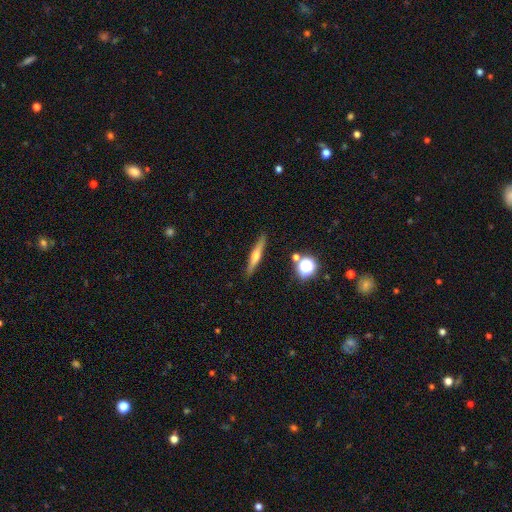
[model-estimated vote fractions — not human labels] Smooth or featured: featured or disk — 57% (smooth — 35%)
Edge-on disk: yes — 96% (no — 4%)
Edge-on bulge: rounded — 83% (none — 11%)
Merging: none — 89% (minor disturbance — 7%)